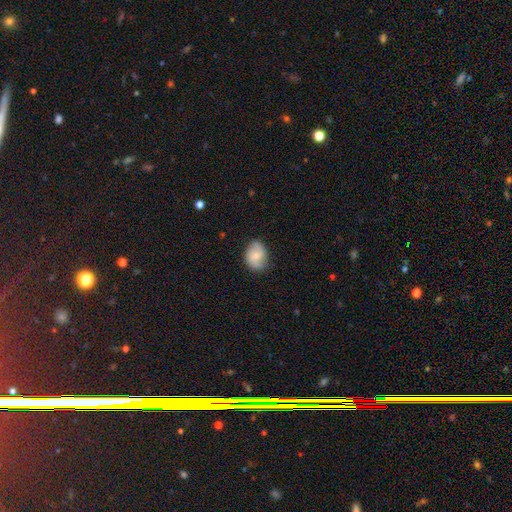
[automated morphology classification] Smooth or featured?
  - smooth: 62% *
  - featured or disk: 31%
  - star or artifact: 7%
How rounded?
  - in between: 64% *
  - round: 35%
  - cigar-shaped: 1%
Merging?
  - none: 74% *
  - minor disturbance: 21%
  - major disturbance: 4%
  - merger: 1%